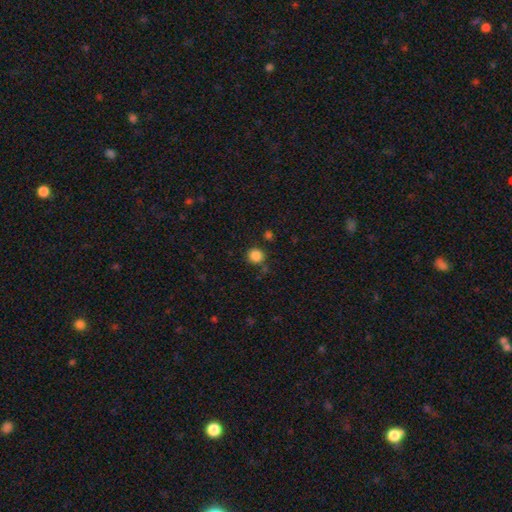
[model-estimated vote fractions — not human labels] Morphology: type=smooth (86%); roundness=round (92%); merging=none (84%).